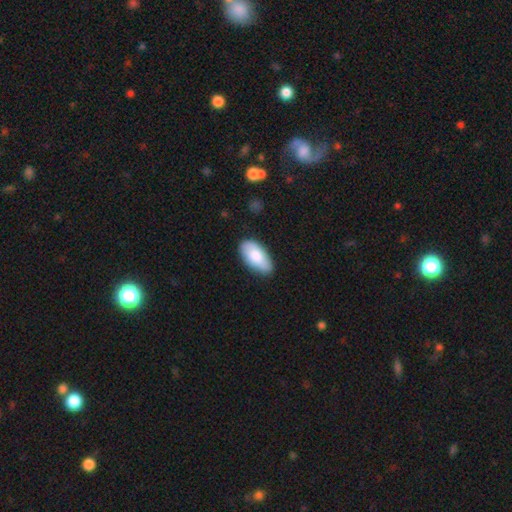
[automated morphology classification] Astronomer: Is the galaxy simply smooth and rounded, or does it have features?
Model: smooth — 81%.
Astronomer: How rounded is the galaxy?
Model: in between — 94%.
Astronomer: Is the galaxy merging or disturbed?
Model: none — 82%.